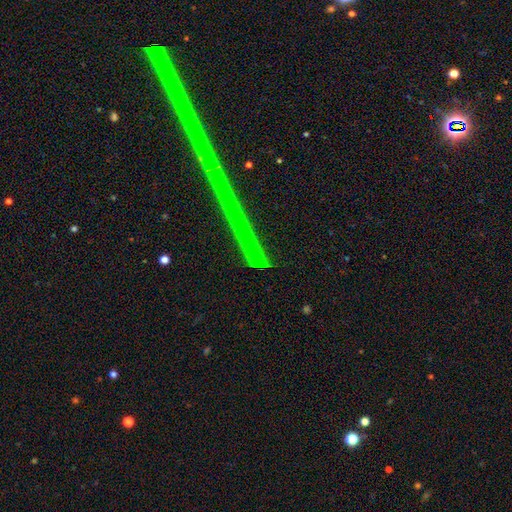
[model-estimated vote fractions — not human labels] The model was most divided on "smooth or featured": star or artifact: 67%, featured or disk: 17%, smooth: 16%.